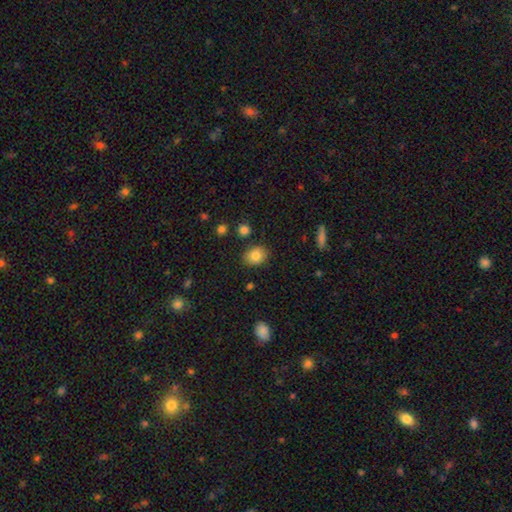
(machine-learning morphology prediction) type=smooth (82%); roundness=in between (57%); merging=none (85%).